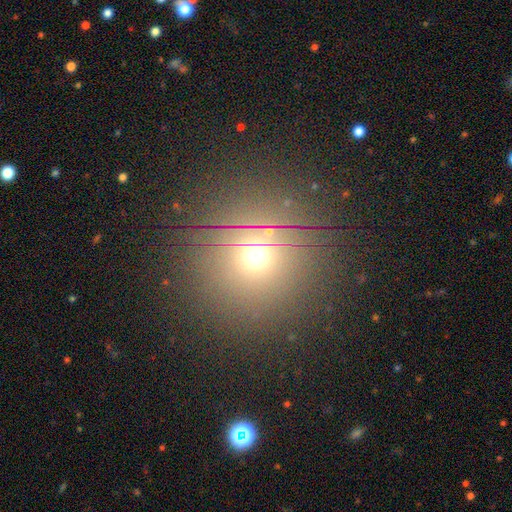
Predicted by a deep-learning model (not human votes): smooth_or_featured: smooth (p=0.57) [alt: star or artifact p=0.32]
how_rounded: round (p=0.90) [alt: in between p=0.09]
merging: none (p=0.87) [alt: minor disturbance p=0.07]